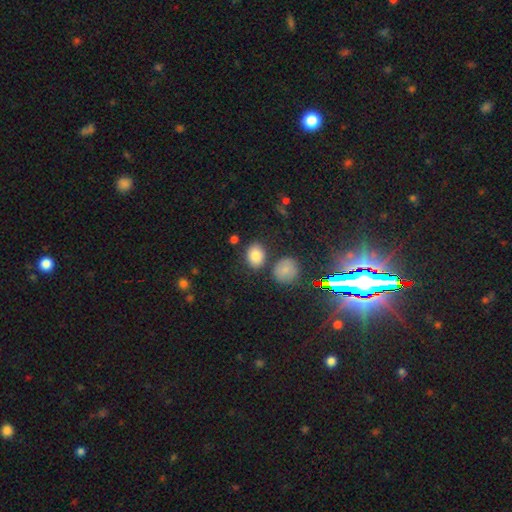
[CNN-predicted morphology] Overall: smooth (82%). How rounded: in between (60%; round 39%). Merging: none (76%).